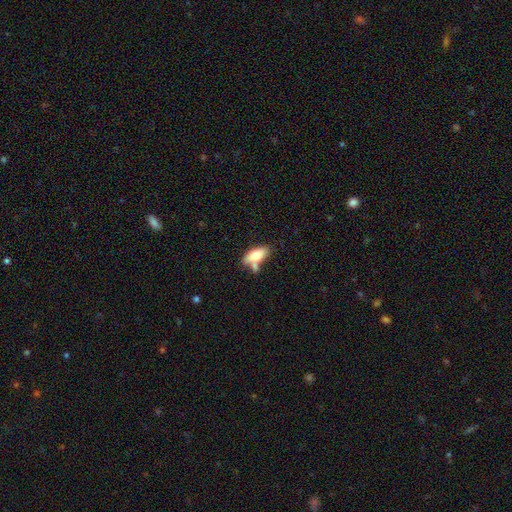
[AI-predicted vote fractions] Overall: smooth (75%). How rounded: in between (84%). Merging: none (48%; merger 27%).